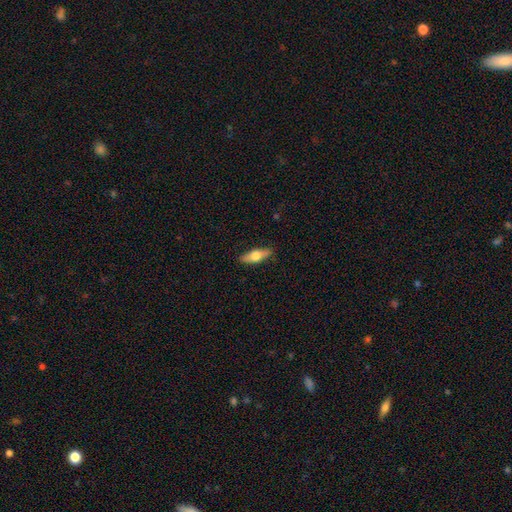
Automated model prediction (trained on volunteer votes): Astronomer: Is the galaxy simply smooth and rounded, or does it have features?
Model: smooth — 60% (runner-up: featured or disk, 35%).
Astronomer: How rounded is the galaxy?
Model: in between — 59% (runner-up: cigar-shaped, 38%).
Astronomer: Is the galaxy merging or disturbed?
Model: none — 86%.